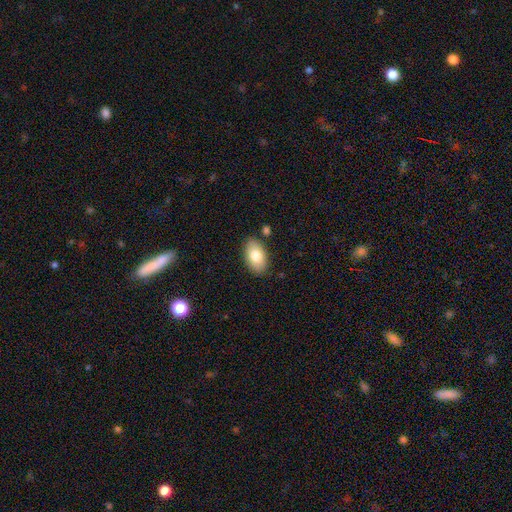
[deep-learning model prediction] smooth_or_featured: smooth (p=0.78) [alt: featured or disk p=0.15]
how_rounded: in between (p=0.93) [alt: round p=0.06]
merging: none (p=0.84) [alt: minor disturbance p=0.10]